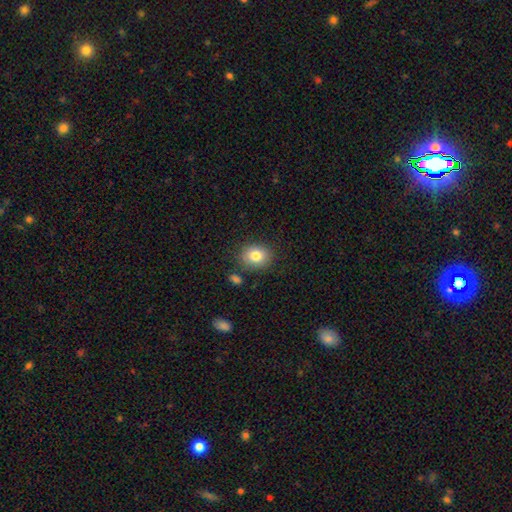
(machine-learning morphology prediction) smooth-or-featured: smooth: 82% | star or artifact: 9% | featured or disk: 9%
  how-rounded: round: 60% | in between: 39% | cigar-shaped: 1%
  merging: none: 82% | minor disturbance: 11% | merger: 4% | major disturbance: 3%